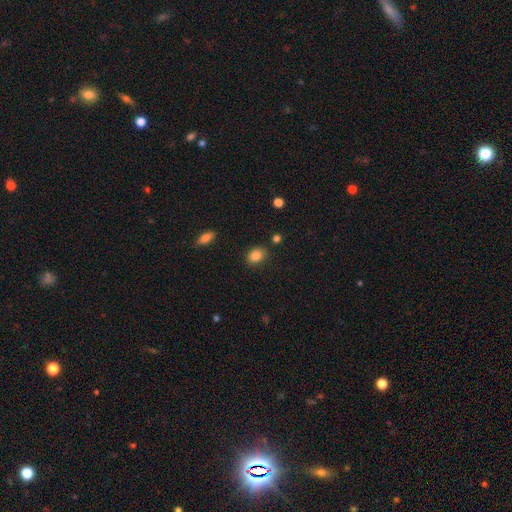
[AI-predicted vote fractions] Smooth or featured? smooth (86%)
How rounded? in between (65%)
Merging? none (83%)